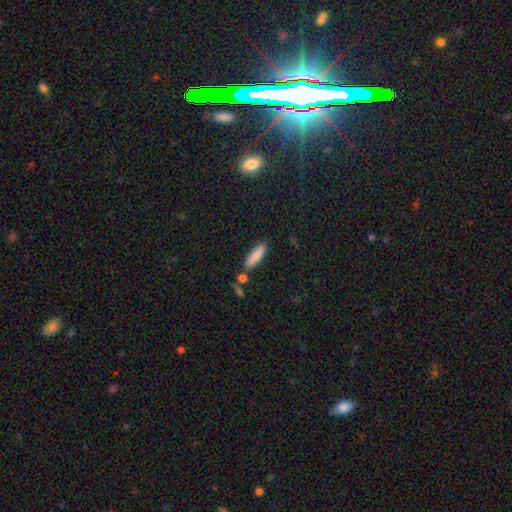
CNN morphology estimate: smooth-or-featured: smooth: 85% | featured or disk: 8% | star or artifact: 7%
  how-rounded: cigar-shaped: 62% | in between: 36% | round: 2%
  merging: none: 80% | minor disturbance: 10% | merger: 7% | major disturbance: 3%